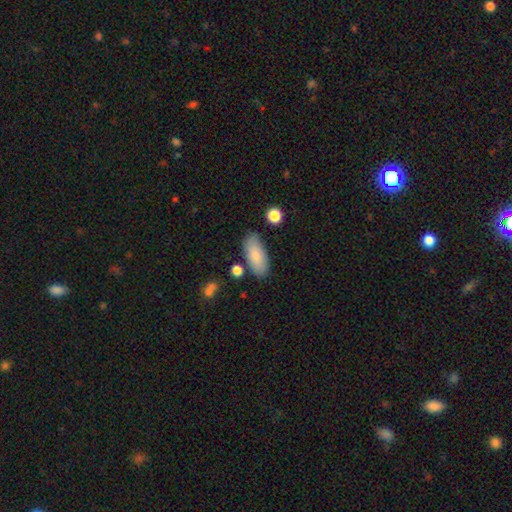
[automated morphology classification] Smooth or featured? smooth (83%)
How rounded? in between (86%)
Merging? none (80%)